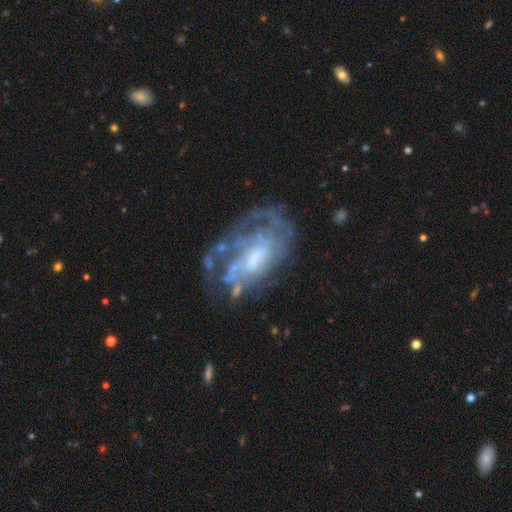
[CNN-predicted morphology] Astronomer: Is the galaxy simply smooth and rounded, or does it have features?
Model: featured or disk — 77%.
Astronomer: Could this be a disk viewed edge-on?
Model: no — 95%.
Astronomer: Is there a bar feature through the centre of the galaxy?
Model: no — 53% (runner-up: weak, 36%).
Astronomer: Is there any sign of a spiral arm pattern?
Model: yes — 71%.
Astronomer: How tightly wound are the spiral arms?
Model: tight — 53% (runner-up: medium, 33%).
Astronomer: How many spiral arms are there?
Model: can't tell — 57%.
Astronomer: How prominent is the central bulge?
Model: moderate — 42% (runner-up: small, 32%).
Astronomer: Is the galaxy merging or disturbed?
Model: none — 54%.